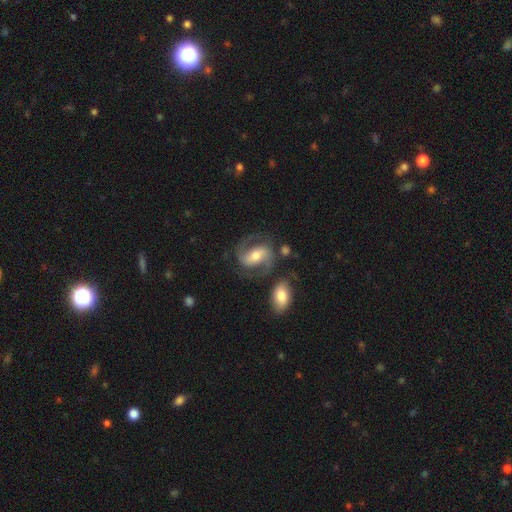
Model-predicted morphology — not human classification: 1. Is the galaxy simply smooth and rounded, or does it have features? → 85% featured or disk, 10% smooth, 5% star or artifact.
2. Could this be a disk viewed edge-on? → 97% no, 3% yes.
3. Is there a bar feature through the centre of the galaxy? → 40% strong, 37% weak, 22% no.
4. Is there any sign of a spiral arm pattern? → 96% yes, 4% no.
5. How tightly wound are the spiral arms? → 59% medium, 22% loose, 19% tight.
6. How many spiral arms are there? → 92% 2, 3% can't tell, 2% 1, 1% 3, 1% 4, 1% more than 4.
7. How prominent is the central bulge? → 63% moderate, 25% small, 9% large, 2% none, 1% dominant.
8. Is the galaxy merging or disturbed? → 72% none, 14% minor disturbance, 8% major disturbance, 7% merger.